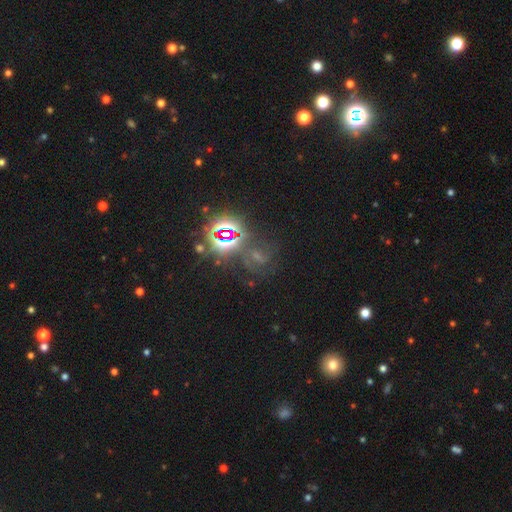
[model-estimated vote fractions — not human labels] A star or artifact, not a galaxy (56%).

Vote fractions:
- Smooth or featured? star or artifact: 56% / featured or disk: 26% / smooth: 18%